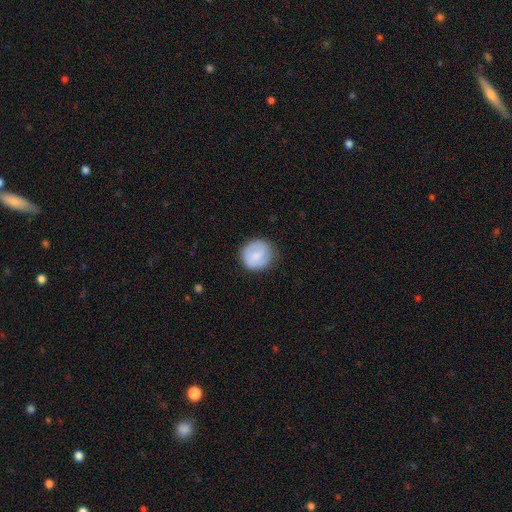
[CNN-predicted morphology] This is likely a smooth galaxy (77%). How rounded: clearly round (90%). Merging: likely none (78%).